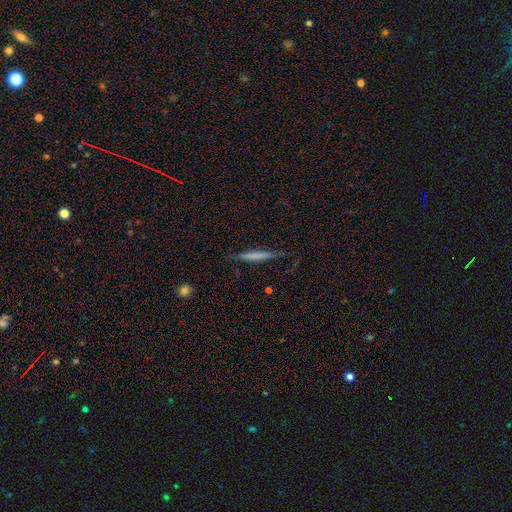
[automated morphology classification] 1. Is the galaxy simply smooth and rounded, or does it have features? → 57% smooth, 37% featured or disk, 6% star or artifact.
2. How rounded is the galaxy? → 95% cigar-shaped, 4% in between, 2% round.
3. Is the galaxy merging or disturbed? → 75% none, 18% minor disturbance, 5% major disturbance, 2% merger.